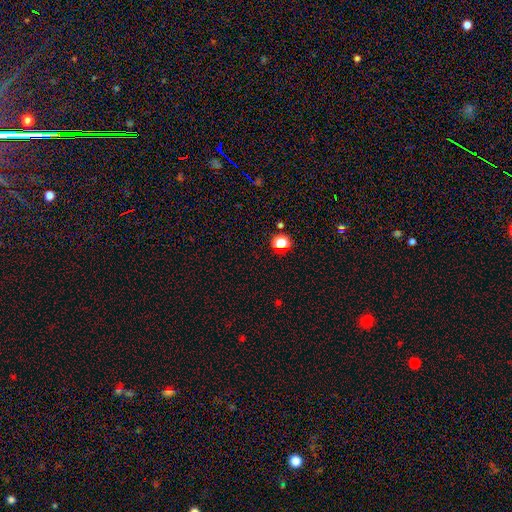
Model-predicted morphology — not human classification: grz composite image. It shows a star or artifact, not a galaxy (62%).